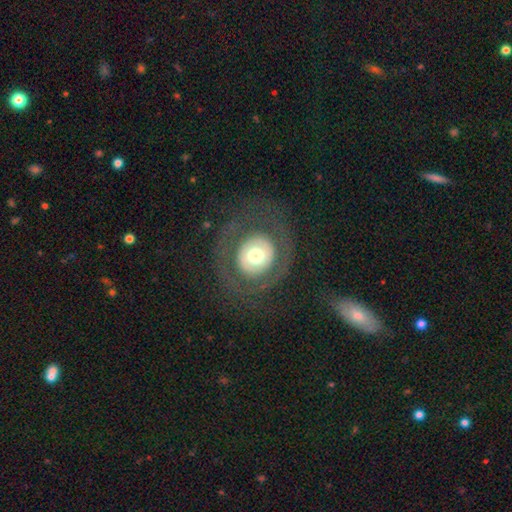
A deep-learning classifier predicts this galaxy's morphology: This appears to be a featured or disk galaxy (47%). Merging: none (79%).